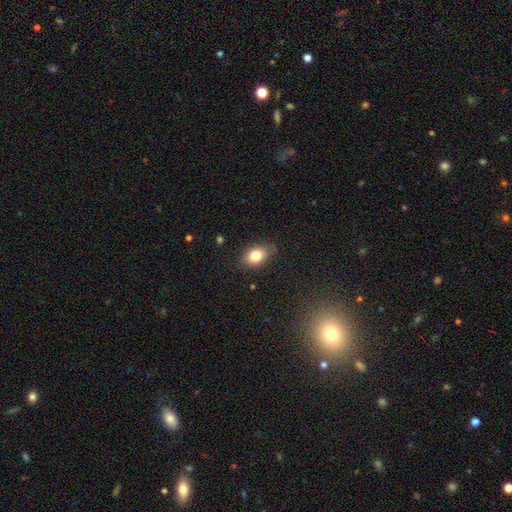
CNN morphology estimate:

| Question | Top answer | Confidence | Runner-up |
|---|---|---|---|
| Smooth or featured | smooth | 81% | featured or disk (11%) |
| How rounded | in between | 81% | round (18%) |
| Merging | none | 78% | minor disturbance (18%) |